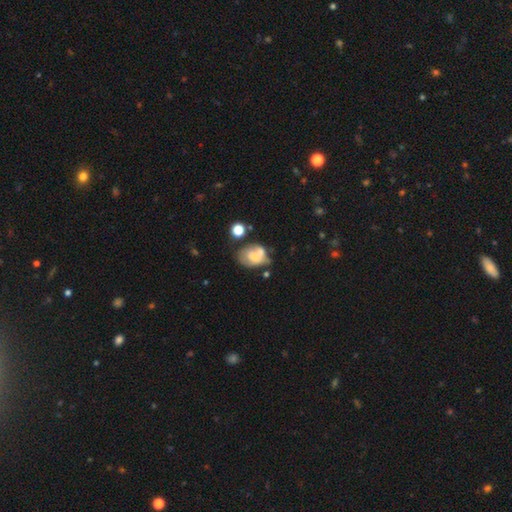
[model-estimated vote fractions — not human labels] Smooth or featured: smooth — 56% (featured or disk — 34%)
How rounded: in between — 72% (round — 27%)
Merging: merger — 34% (none — 29%)